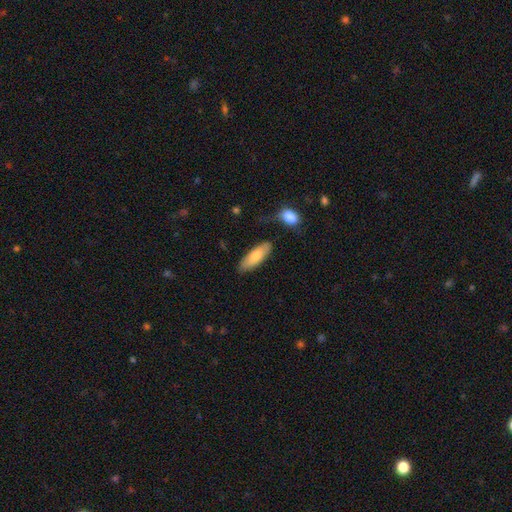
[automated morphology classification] This is likely a smooth galaxy (75%). How rounded: likely in between (65%). Merging: likely none (75%).